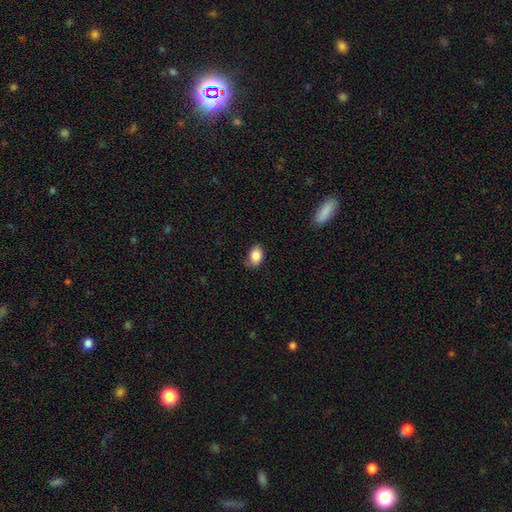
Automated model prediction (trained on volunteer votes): smooth_or_featured: smooth (p=0.86) [alt: star or artifact p=0.08]
how_rounded: in between (p=0.78) [alt: round p=0.21]
merging: none (p=0.67) [alt: minor disturbance p=0.26]